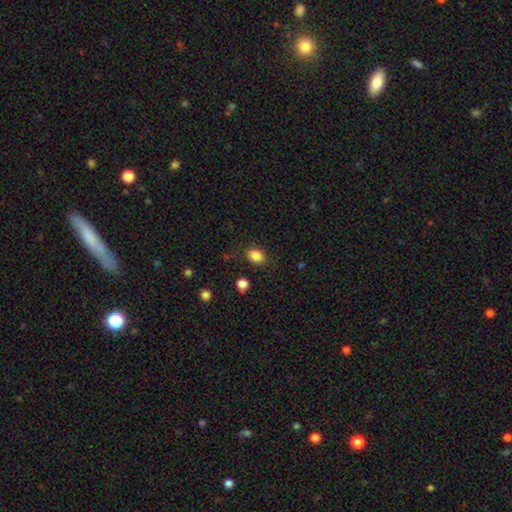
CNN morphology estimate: Q: Smooth or featured?
A: smooth (85%); runner-up: star or artifact (10%)
Q: How rounded?
A: in between (64%); runner-up: round (35%)
Q: Merging?
A: none (82%); runner-up: minor disturbance (12%)